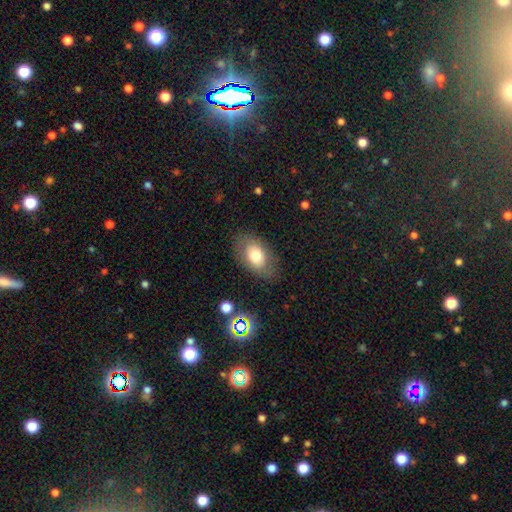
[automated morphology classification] Overall: smooth (70%). How rounded: in between (87%). Merging: none (79%).